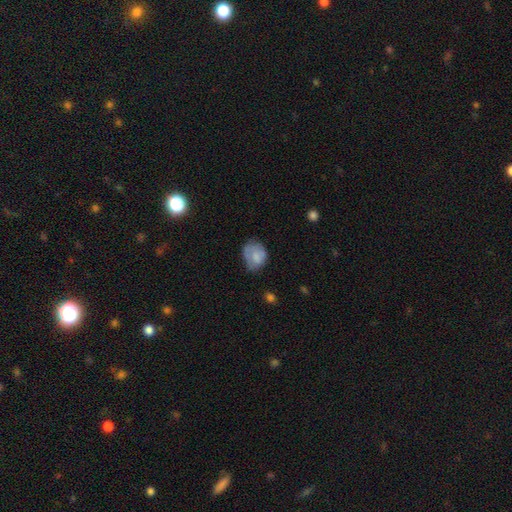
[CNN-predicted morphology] Overall: smooth (69%). How rounded: in between (53%; round 46%). Merging: none (48%; minor disturbance 34%).